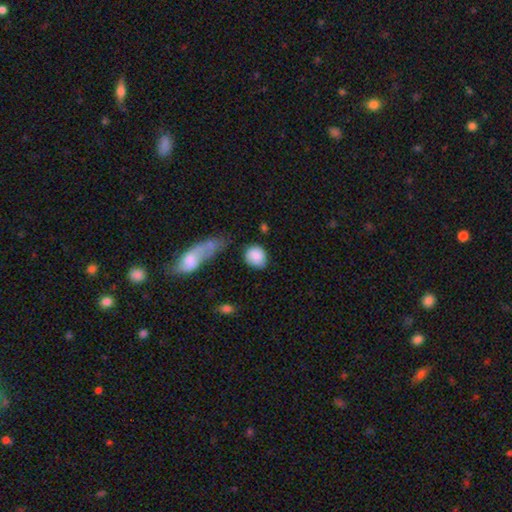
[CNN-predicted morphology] smooth_or_featured: smooth (p=0.86) [alt: featured or disk p=0.07]
how_rounded: round (p=0.74) [alt: in between p=0.25]
merging: none (p=0.66) [alt: minor disturbance p=0.19]